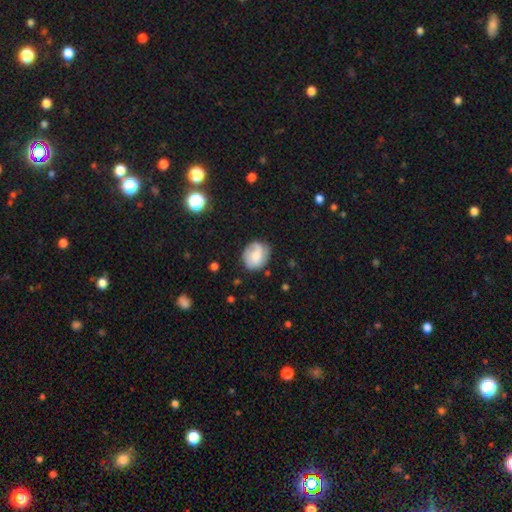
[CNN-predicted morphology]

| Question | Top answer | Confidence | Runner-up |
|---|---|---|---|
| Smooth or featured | smooth | 60% | featured or disk (32%) |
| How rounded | round | 60% | in between (39%) |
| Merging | none | 68% | minor disturbance (23%) |